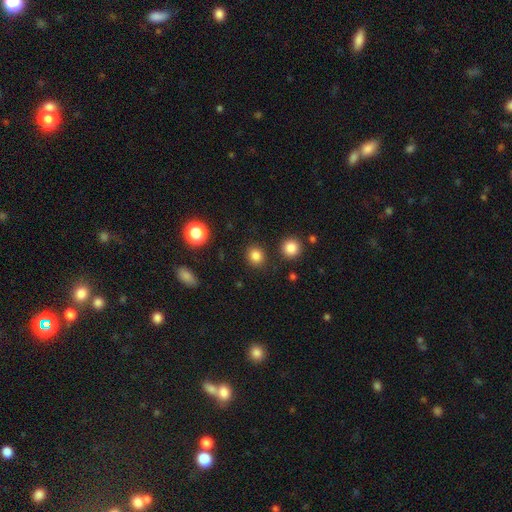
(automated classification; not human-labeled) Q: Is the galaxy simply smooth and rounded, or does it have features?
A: smooth — 83%.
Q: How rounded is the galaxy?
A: round — 80%.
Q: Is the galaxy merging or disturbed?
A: none — 88%.